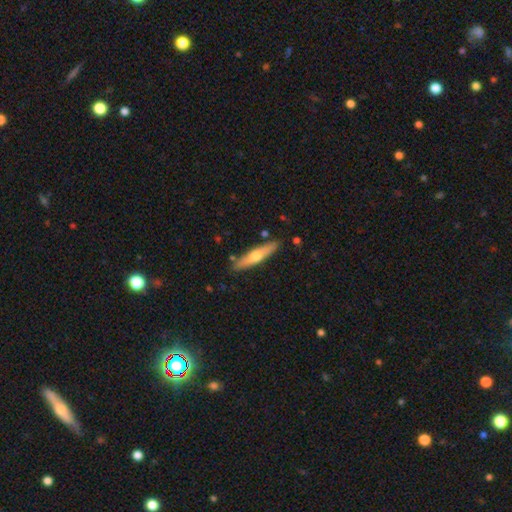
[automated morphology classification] Smooth or featured: featured or disk — 50% (smooth — 44%)
Edge-on disk: yes — 91% (no — 9%)
Merging: none — 86% (minor disturbance — 9%)